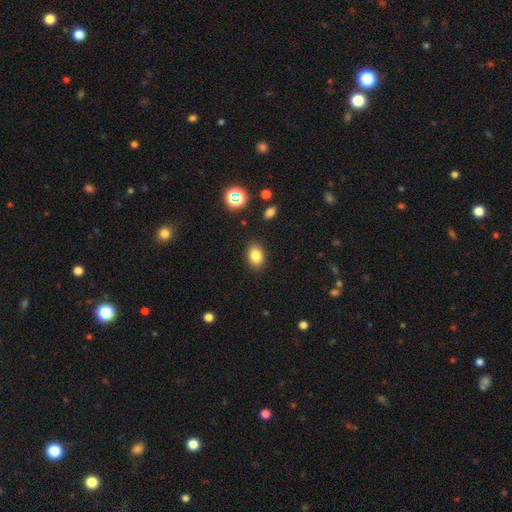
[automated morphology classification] A smooth galaxy with no disk features (82%) that is in between round and cigar-shaped (75%). Merging: none (87%).